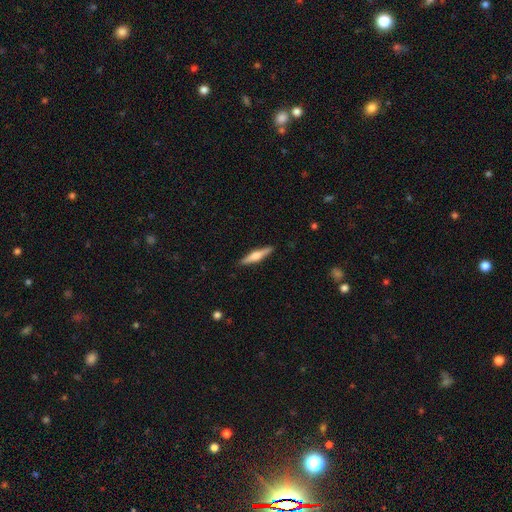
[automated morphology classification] featured or disk 58%, smooth 36%, star or artifact 6%. Down the decision tree: edge-on disk — yes (97%); edge-on bulge — rounded (87%); merging — none (90%).